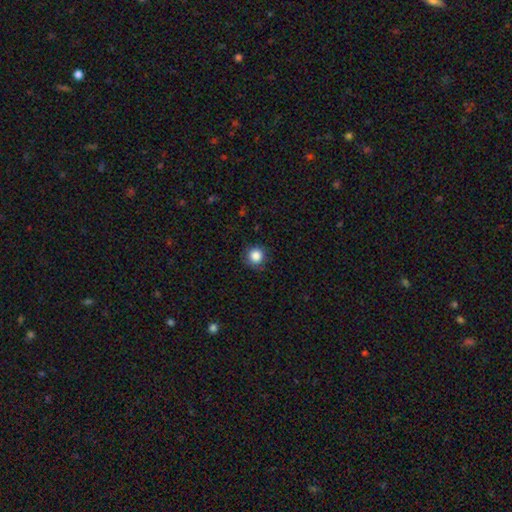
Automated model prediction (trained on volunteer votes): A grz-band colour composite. It shows a smooth galaxy with no disk features (86%) that is round (94%). Merging: none (87%).